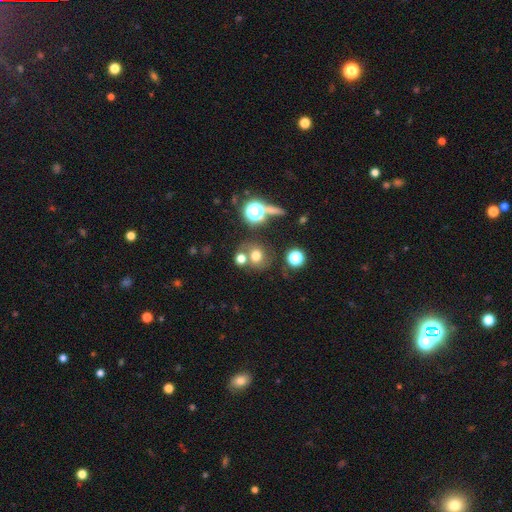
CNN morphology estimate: smooth_or_featured: smooth (p=0.67) [alt: star or artifact p=0.20]
how_rounded: round (p=0.78) [alt: in between p=0.21]
merging: none (p=0.63) [alt: merger p=0.20]